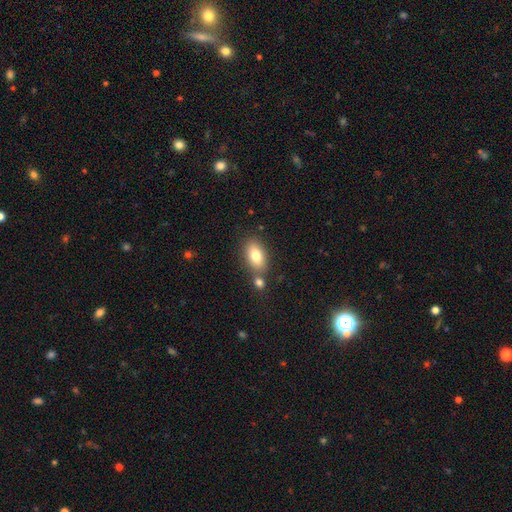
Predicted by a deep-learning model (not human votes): This is likely a smooth galaxy (79%). How rounded: clearly in between (89%). Merging: likely none (66%).